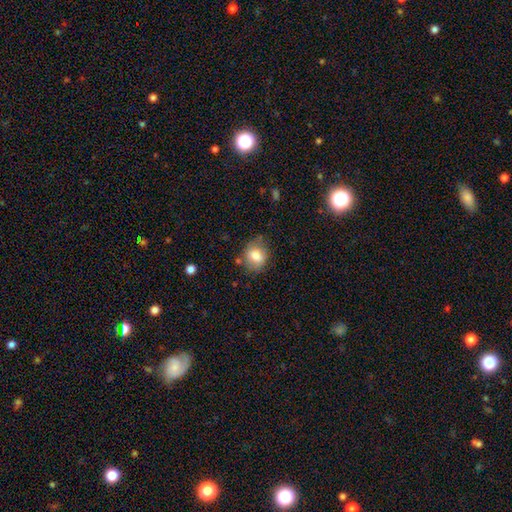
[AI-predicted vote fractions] smooth_or_featured: smooth (p=0.78) [alt: featured or disk p=0.13]
how_rounded: round (p=0.61) [alt: in between p=0.38]
merging: none (p=0.68) [alt: minor disturbance p=0.21]